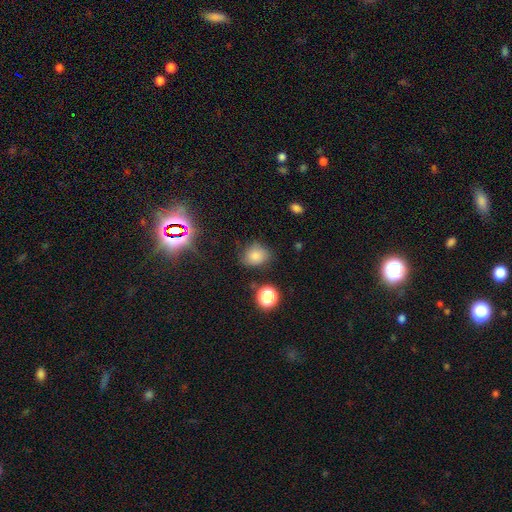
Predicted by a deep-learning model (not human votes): Smooth or featured? smooth (75%)
How rounded? round (56%)
Merging? none (72%)